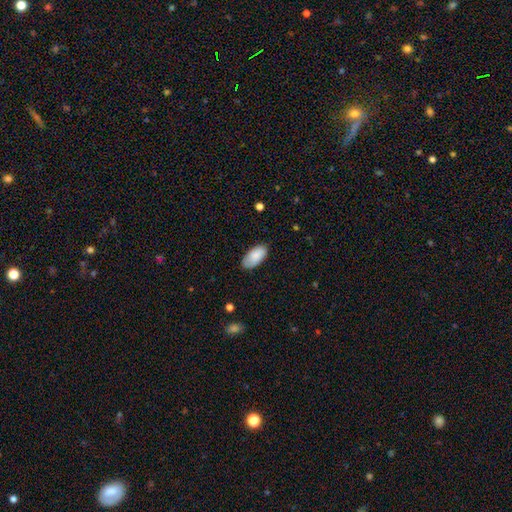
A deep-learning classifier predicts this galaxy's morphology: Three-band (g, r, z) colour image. It shows a smooth galaxy with no disk features (86%) that is in between round and cigar-shaped (94%). Merging: none (78%).